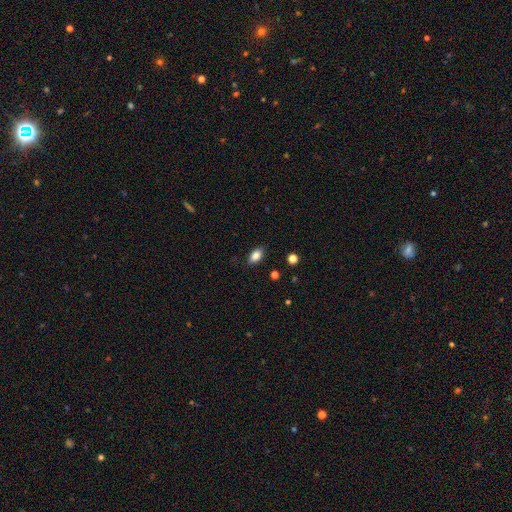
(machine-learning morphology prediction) A smooth galaxy with no disk features (84%) that is in between round and cigar-shaped (89%).

Vote fractions:
- Smooth or featured? smooth: 84% / star or artifact: 9% / featured or disk: 8%
- How rounded? in between: 89% / round: 7% / cigar-shaped: 4%
- Merging? none: 87% / minor disturbance: 10% / major disturbance: 2% / merger: 1%